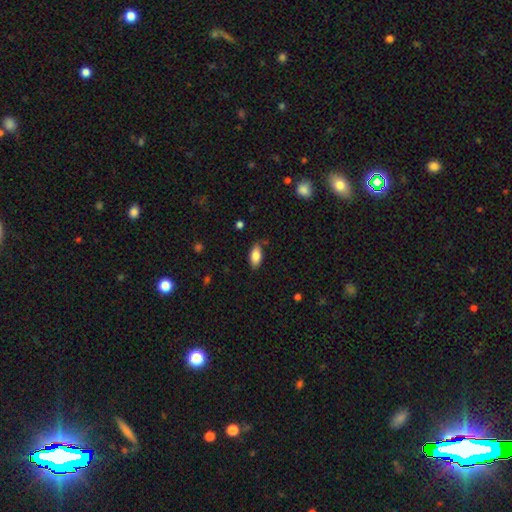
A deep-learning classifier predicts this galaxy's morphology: The model was most divided on "merging": none: 80%, minor disturbance: 16%, major disturbance: 3%, merger: 2%. More confident: how rounded — in between (90%); smooth or featured — smooth (83%).